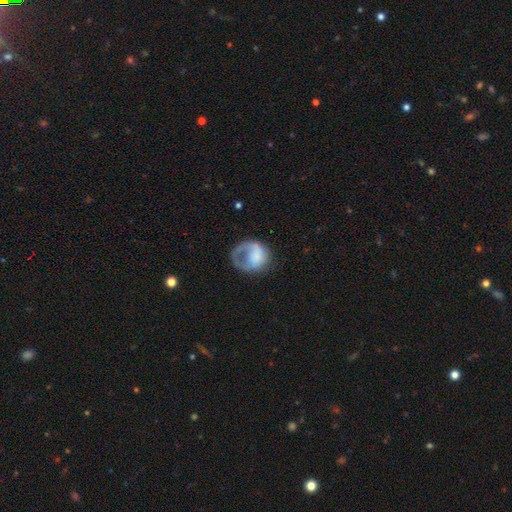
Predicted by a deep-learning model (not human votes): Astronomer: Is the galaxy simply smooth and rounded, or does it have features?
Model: smooth — 51% (runner-up: featured or disk, 41%).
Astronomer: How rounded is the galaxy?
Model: round — 59% (runner-up: in between, 40%).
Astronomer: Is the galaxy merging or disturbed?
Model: major disturbance — 46% (runner-up: none, 31%).